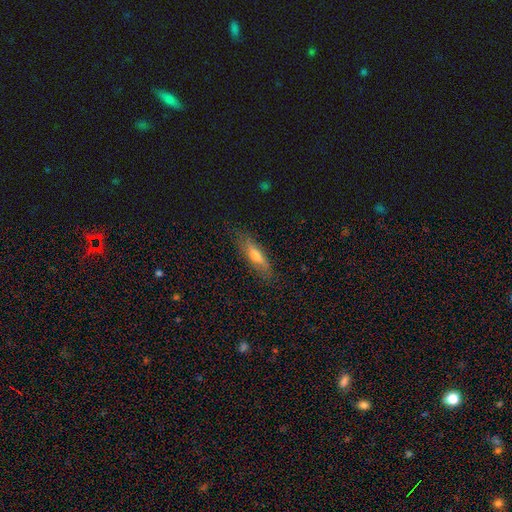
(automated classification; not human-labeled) smooth 58%, featured or disk 34%, star or artifact 8%. Down the decision tree: how rounded — cigar-shaped (65%); merging — none (82%).